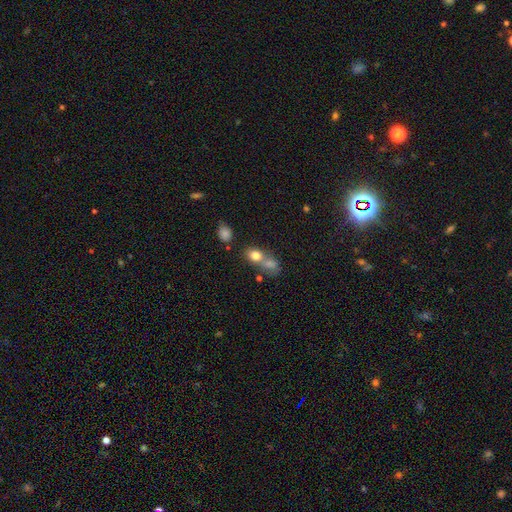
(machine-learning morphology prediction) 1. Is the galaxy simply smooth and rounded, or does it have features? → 77% smooth, 12% star or artifact, 11% featured or disk.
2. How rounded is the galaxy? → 52% round, 45% in between, 2% cigar-shaped.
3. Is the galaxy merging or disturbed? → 53% merger, 32% none, 9% minor disturbance, 6% major disturbance.